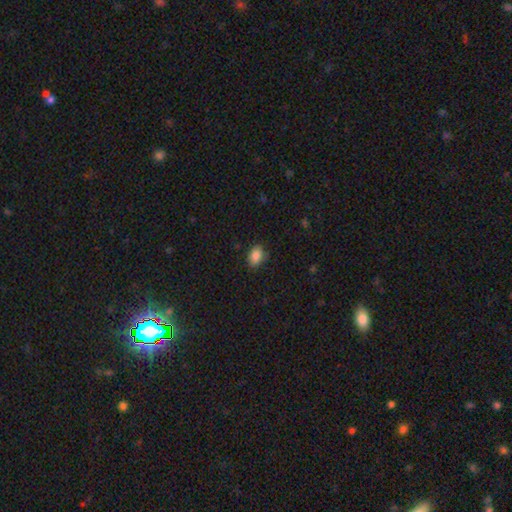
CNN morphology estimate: Smooth or featured?
  - smooth: 87% *
  - star or artifact: 9%
  - featured or disk: 4%
How rounded?
  - in between: 85% *
  - round: 14%
  - cigar-shaped: 2%
Merging?
  - none: 83% *
  - minor disturbance: 13%
  - major disturbance: 3%
  - merger: 1%